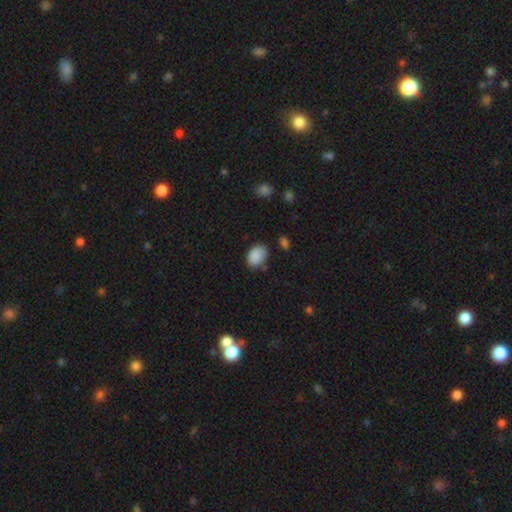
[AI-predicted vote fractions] Overall: smooth (88%). How rounded: in between (81%). Merging: none (71%).